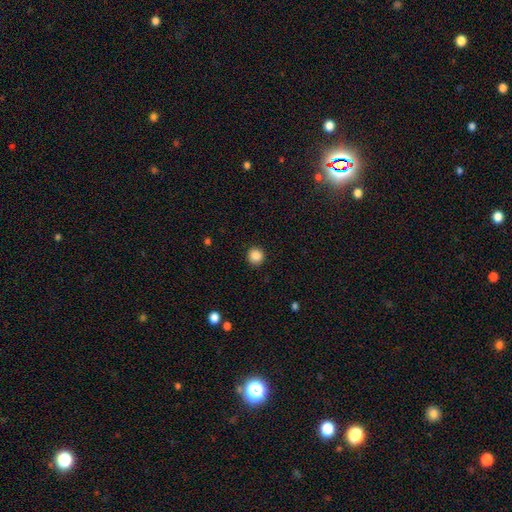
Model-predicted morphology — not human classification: A smooth galaxy with no disk features (88%) that is round (94%).

Vote fractions:
- Smooth or featured? smooth: 88% / star or artifact: 10% / featured or disk: 2%
- How rounded? round: 94% / in between: 5% / cigar-shaped: 1%
- Merging? none: 92% / minor disturbance: 5% / major disturbance: 2% / merger: 1%